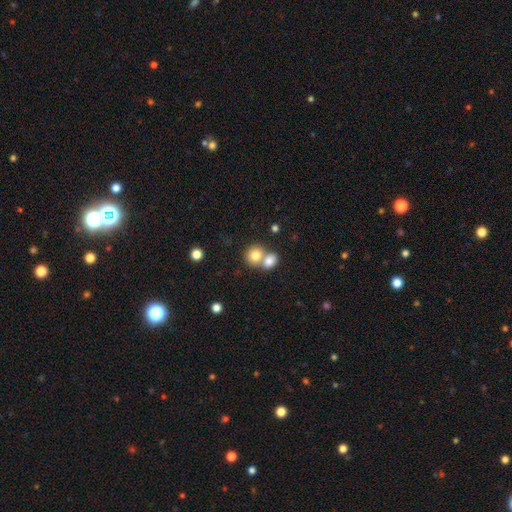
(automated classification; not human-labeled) A smooth galaxy with no disk features (78%) that is round (71%). Merging: merger (57%).